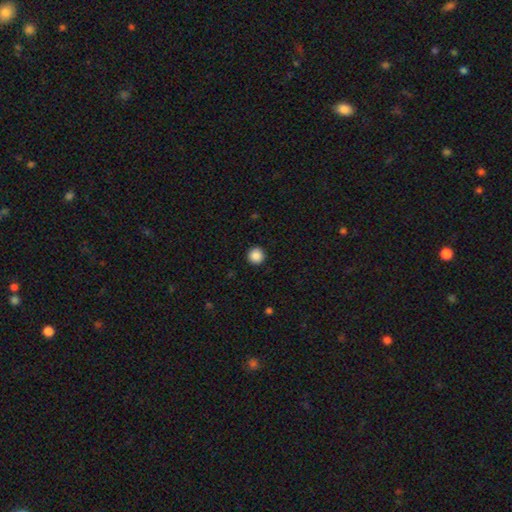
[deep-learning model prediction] Smooth or featured? smooth (88%)
How rounded? round (95%)
Merging? none (93%)